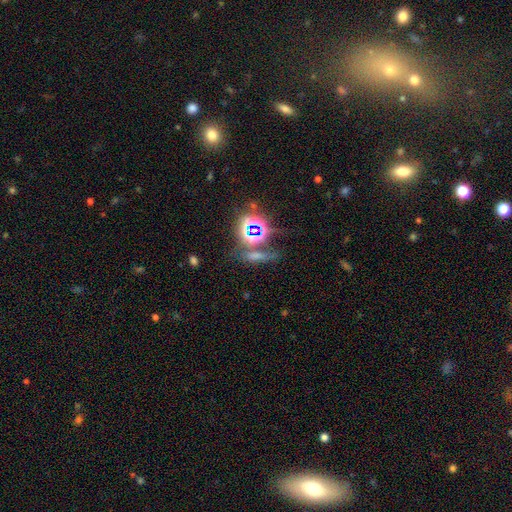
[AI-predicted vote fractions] Smooth or featured? Predicted: star or artifact (p=0.58).